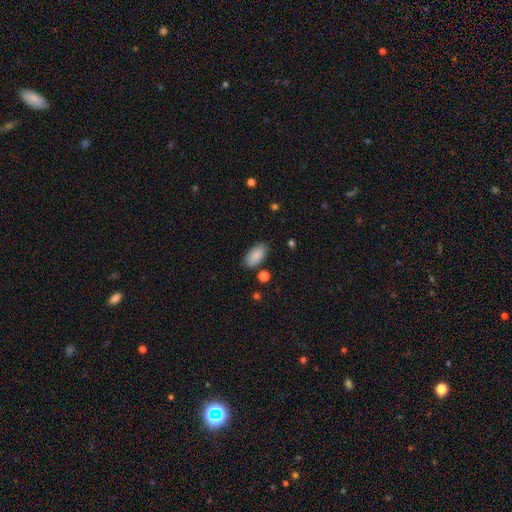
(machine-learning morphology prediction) Smooth or featured: smooth — 88% (star or artifact — 7%)
How rounded: in between — 92% (cigar-shaped — 6%)
Merging: none — 83% (minor disturbance — 11%)